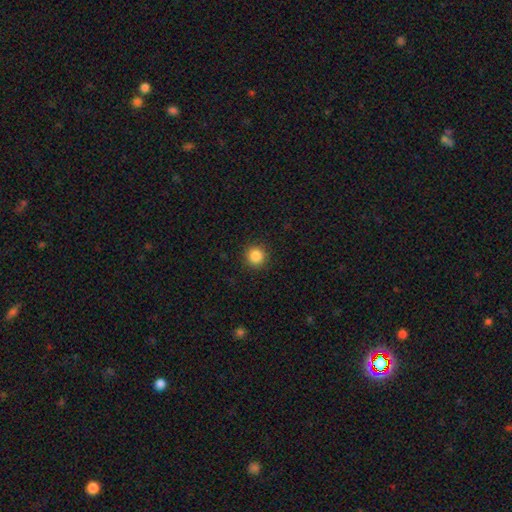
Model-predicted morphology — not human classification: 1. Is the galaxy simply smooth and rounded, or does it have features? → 86% smooth, 10% star or artifact, 4% featured or disk.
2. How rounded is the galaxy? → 95% round, 4% in between, 1% cigar-shaped.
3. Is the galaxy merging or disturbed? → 92% none, 5% minor disturbance, 2% major disturbance, 1% merger.